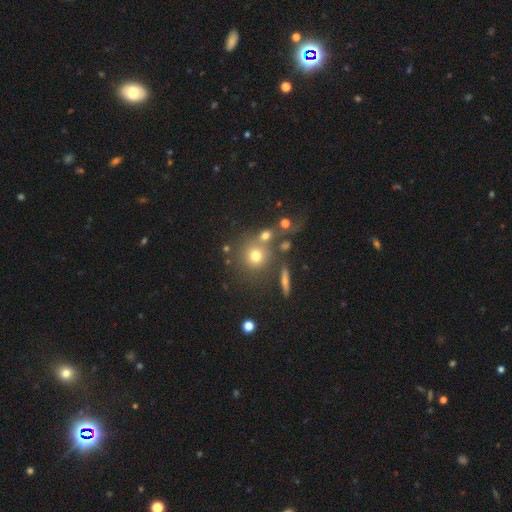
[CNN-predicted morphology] type=smooth (69%); roundness=round (88%); merging=none (59%).